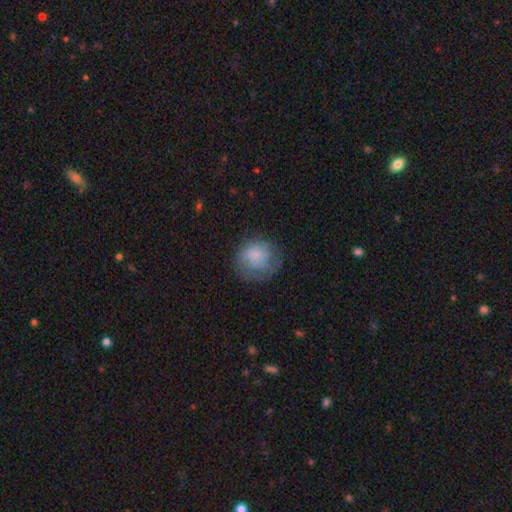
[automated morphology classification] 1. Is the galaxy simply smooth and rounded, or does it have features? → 69% smooth, 22% featured or disk, 8% star or artifact.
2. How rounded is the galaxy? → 83% round, 16% in between, 1% cigar-shaped.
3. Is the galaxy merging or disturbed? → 58% none, 24% minor disturbance, 16% major disturbance, 1% merger.